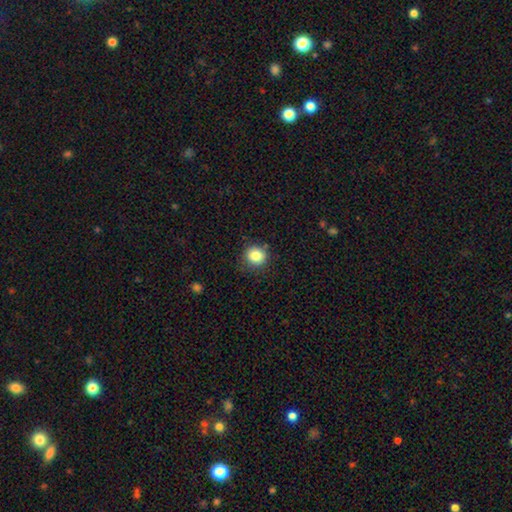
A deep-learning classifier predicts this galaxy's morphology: A smooth galaxy with no disk features (84%) that is round (86%).

Vote fractions:
- Smooth or featured? smooth: 84% / star or artifact: 10% / featured or disk: 6%
- How rounded? round: 86% / in between: 13% / cigar-shaped: 1%
- Merging? none: 83% / minor disturbance: 12% / major disturbance: 3% / merger: 2%